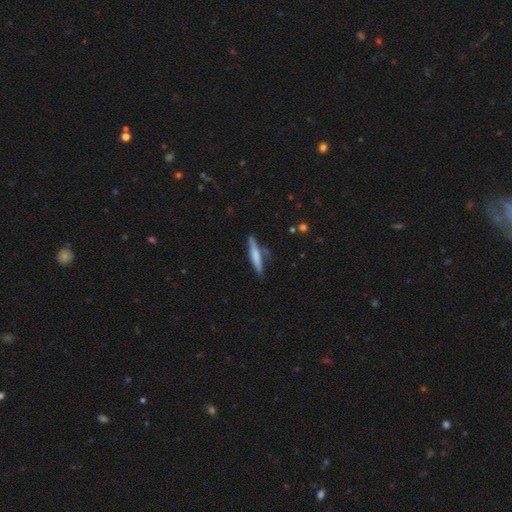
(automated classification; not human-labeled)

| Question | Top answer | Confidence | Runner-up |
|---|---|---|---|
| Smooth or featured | smooth | 64% | featured or disk (30%) |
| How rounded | cigar-shaped | 91% | in between (7%) |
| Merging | none | 78% | minor disturbance (14%) |